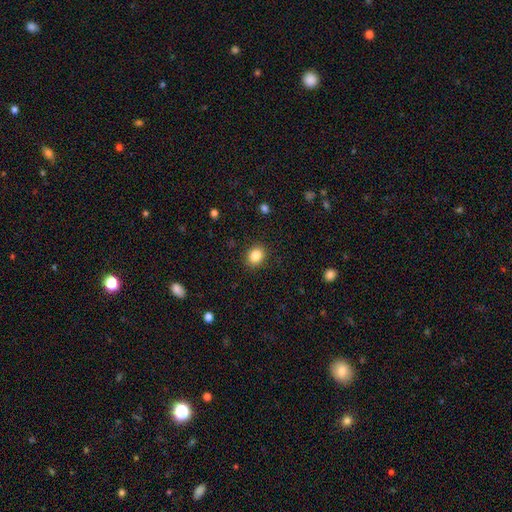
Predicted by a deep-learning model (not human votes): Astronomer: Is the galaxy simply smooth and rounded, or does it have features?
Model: smooth — 85%.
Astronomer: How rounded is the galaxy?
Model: round — 60% (runner-up: in between, 39%).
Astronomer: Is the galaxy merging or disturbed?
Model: none — 89%.